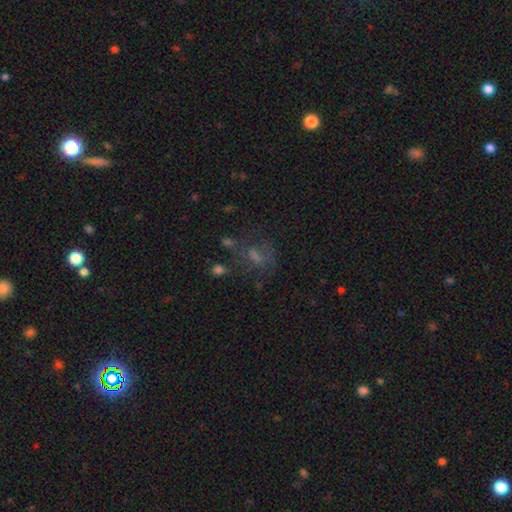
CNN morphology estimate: Smooth or featured?
  - smooth: 42% *
  - featured or disk: 30%
  - star or artifact: 28%
Merging?
  - none: 50% *
  - major disturbance: 23%
  - minor disturbance: 20%
  - merger: 8%